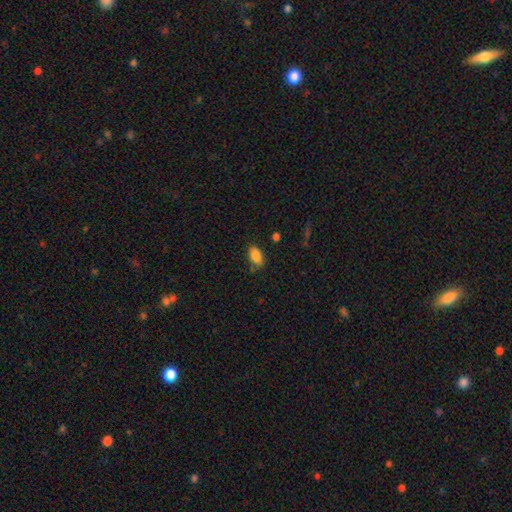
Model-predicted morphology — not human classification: smooth_or_featured: smooth (p=0.86) [alt: star or artifact p=0.08]
how_rounded: in between (p=0.91) [alt: round p=0.05]
merging: none (p=0.75) [alt: minor disturbance p=0.18]